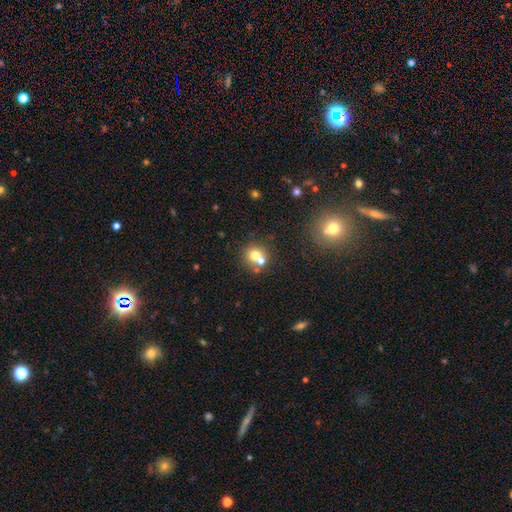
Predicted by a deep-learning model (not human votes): Q: Smooth or featured?
A: smooth (68%); runner-up: featured or disk (17%)
Q: How rounded?
A: round (86%); runner-up: in between (13%)
Q: Merging?
A: none (49%); runner-up: merger (39%)